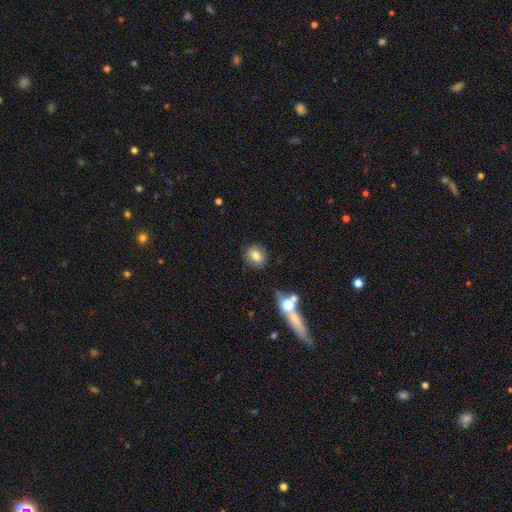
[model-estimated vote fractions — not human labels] smooth-or-featured: smooth: 76% | featured or disk: 13% | star or artifact: 11%
  how-rounded: round: 71% | in between: 27% | cigar-shaped: 2%
  merging: none: 85% | minor disturbance: 9% | merger: 3% | major disturbance: 3%